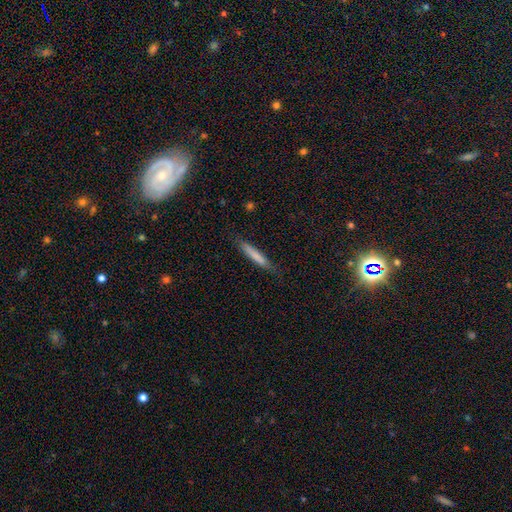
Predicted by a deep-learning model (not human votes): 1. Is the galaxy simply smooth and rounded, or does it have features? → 73% smooth, 20% featured or disk, 6% star or artifact.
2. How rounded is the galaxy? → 94% cigar-shaped, 5% in between, 1% round.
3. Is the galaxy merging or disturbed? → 82% none, 14% minor disturbance, 3% major disturbance, 1% merger.